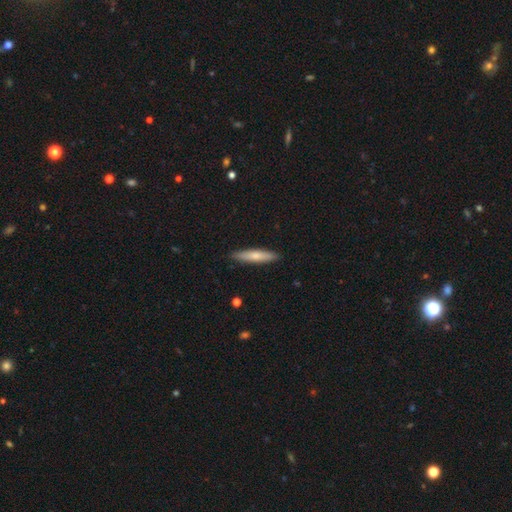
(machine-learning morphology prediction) This appears to be a smooth galaxy with no disk features (68%) that is cigar-shaped (85%). Merging: none (89%).